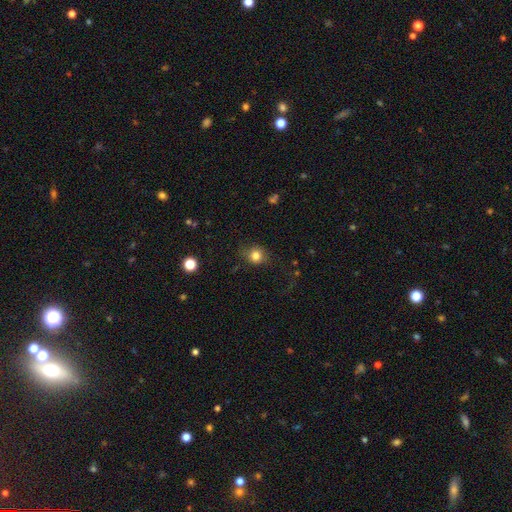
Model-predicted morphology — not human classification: Smooth or featured? Predicted: smooth (p=0.82). How rounded? Predicted: round (p=0.82). Merging? Predicted: none (p=0.75).